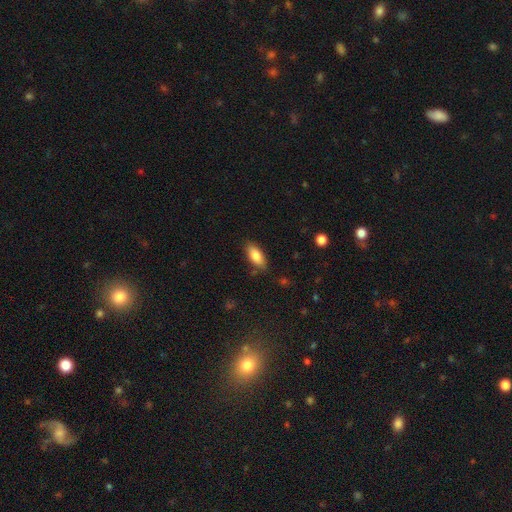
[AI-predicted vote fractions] A smooth galaxy with no disk features (85%) that is in between round and cigar-shaped (86%). Merging: none (82%).